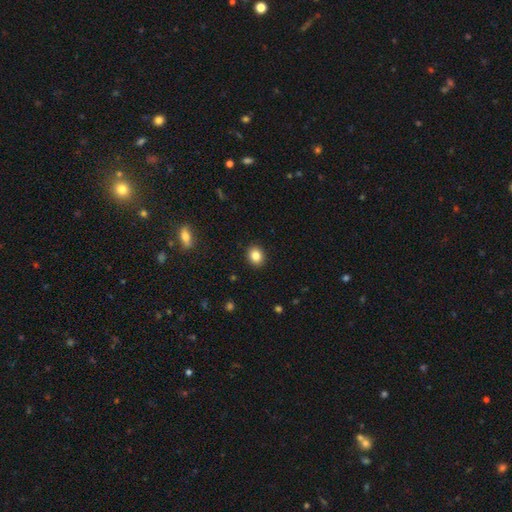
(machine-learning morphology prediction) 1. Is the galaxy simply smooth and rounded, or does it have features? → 84% smooth, 10% star or artifact, 6% featured or disk.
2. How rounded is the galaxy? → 66% round, 33% in between, 1% cigar-shaped.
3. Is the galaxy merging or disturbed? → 91% none, 6% minor disturbance, 2% major disturbance, 1% merger.